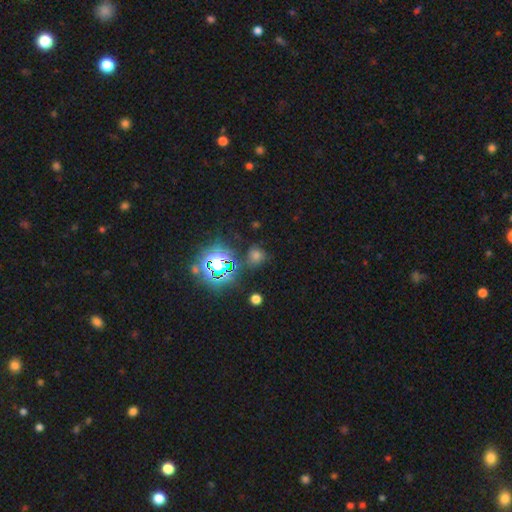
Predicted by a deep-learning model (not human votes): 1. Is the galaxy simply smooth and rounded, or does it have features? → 46% star or artifact, 45% smooth, 9% featured or disk.